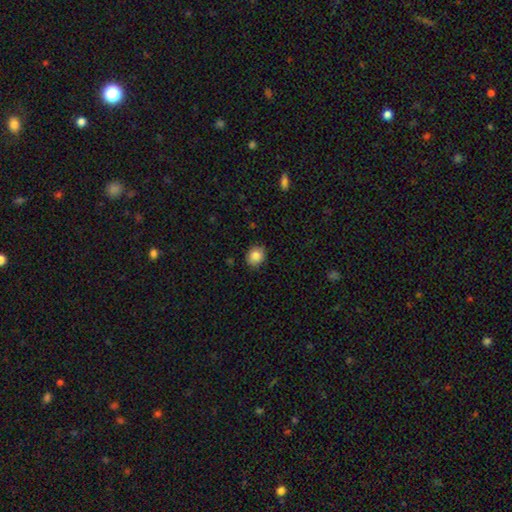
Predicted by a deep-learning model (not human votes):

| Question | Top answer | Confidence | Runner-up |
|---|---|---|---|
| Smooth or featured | smooth | 85% | star or artifact (9%) |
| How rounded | round | 70% | in between (29%) |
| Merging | none | 87% | minor disturbance (10%) |